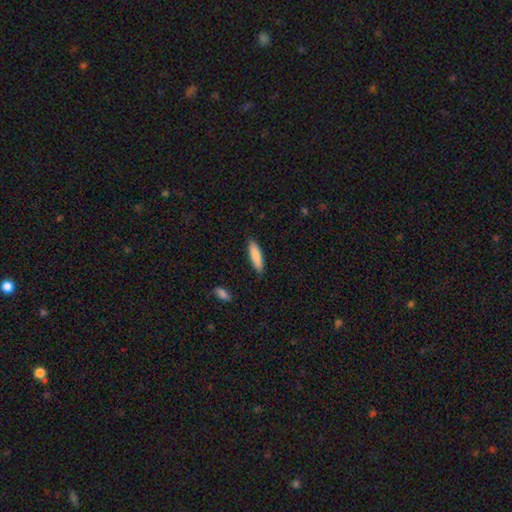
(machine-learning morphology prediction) smooth_or_featured: smooth (p=0.85) [alt: featured or disk p=0.09]
how_rounded: cigar-shaped (p=0.70) [alt: in between p=0.29]
merging: none (p=0.88) [alt: minor disturbance p=0.09]